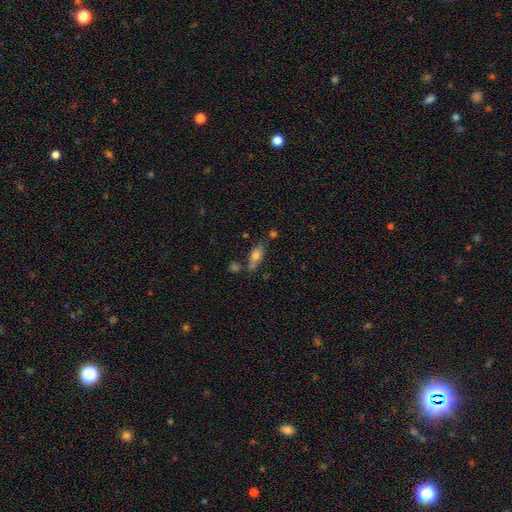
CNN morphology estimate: type=smooth (70%); roundness=in between (72%); merging=none (63%).